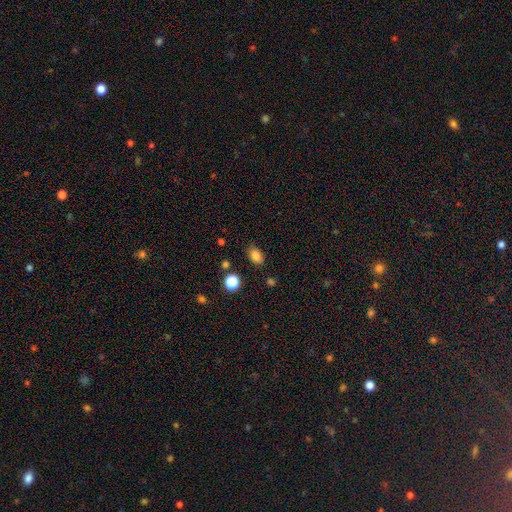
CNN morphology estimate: smooth_or_featured: smooth (p=0.83) [alt: star or artifact p=0.11]
how_rounded: in between (p=0.79) [alt: round p=0.20]
merging: none (p=0.81) [alt: minor disturbance p=0.14]